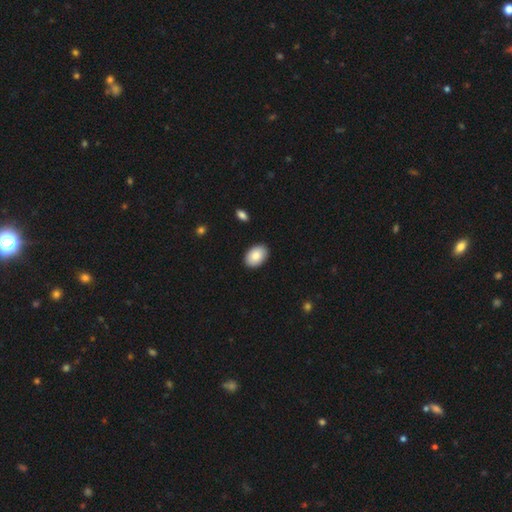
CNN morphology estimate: The model was most divided on "how rounded": in between: 88%, round: 11%, cigar-shaped: 1%. More confident: merging — none (90%); smooth or featured — smooth (86%).